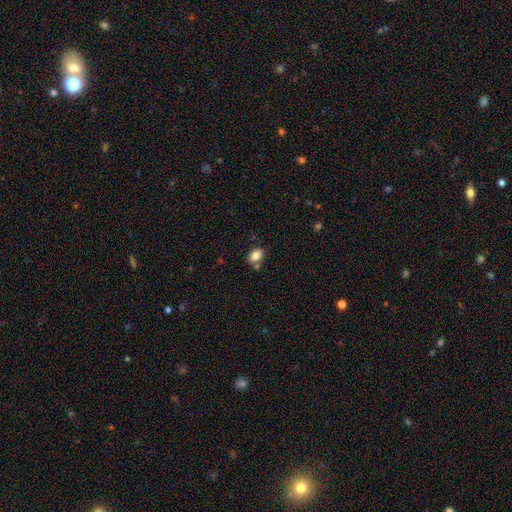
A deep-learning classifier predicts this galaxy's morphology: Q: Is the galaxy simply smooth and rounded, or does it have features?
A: smooth — 84%.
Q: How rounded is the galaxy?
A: in between — 79%.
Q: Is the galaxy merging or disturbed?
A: none — 72%.